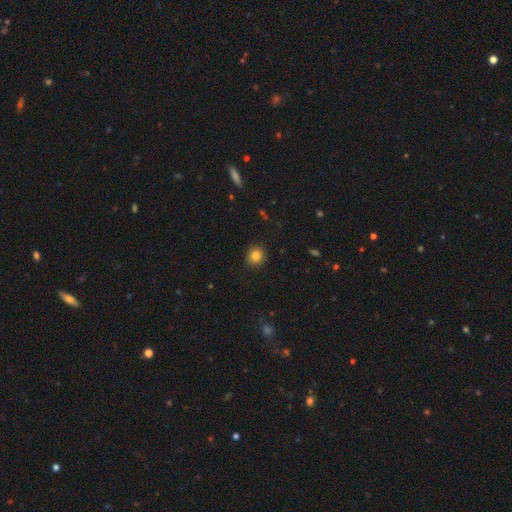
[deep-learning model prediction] The model was most divided on "smooth or featured": smooth: 83%, star or artifact: 11%, featured or disk: 6%. More confident: merging — none (91%); how rounded — round (87%).